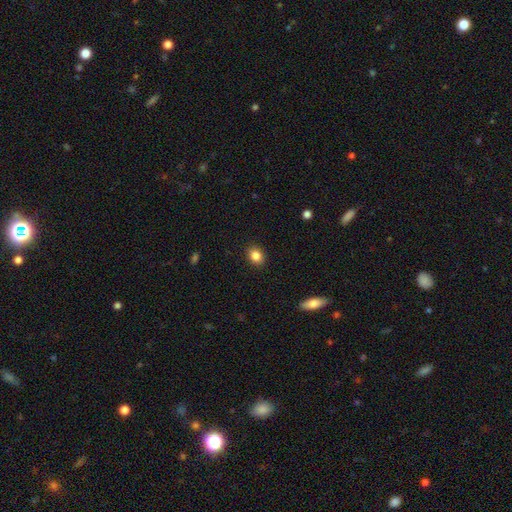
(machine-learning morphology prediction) A smooth galaxy with no disk features (85%) that is round (52%). Merging: none (90%).